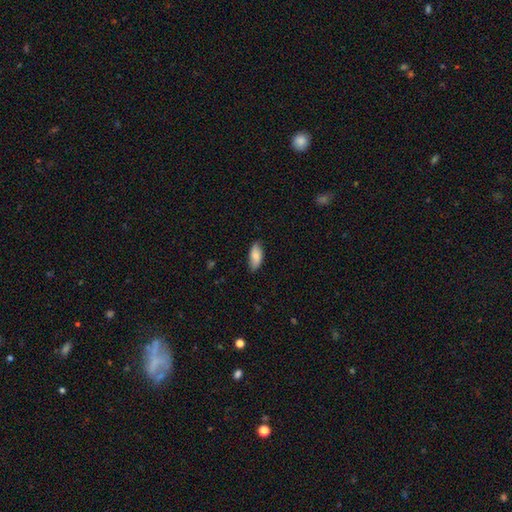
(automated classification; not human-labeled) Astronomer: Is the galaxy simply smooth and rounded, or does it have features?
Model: smooth — 79%.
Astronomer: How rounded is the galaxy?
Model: in between — 86%.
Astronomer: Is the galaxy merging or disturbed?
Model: none — 81%.